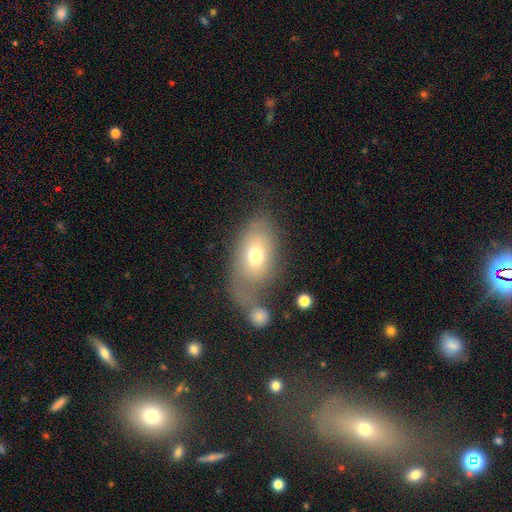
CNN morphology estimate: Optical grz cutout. It shows a smooth galaxy with no disk features (67%) that is in between round and cigar-shaped (85%). Merging: none (38%).